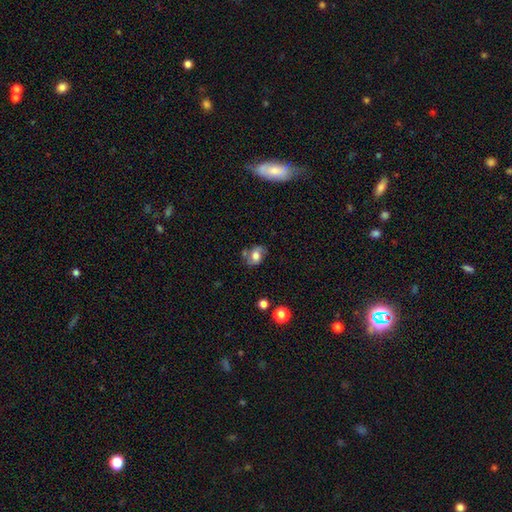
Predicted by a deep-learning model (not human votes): Smooth or featured? smooth (61%)
How rounded? in between (68%)
Merging? none (58%)